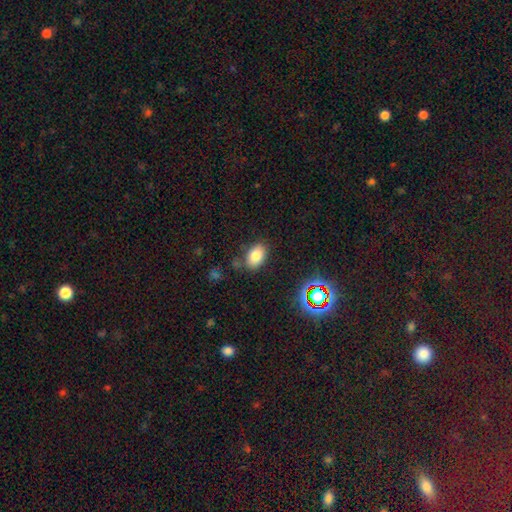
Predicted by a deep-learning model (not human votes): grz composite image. It shows a smooth galaxy with no disk features (78%) that is in between round and cigar-shaped (86%). Merging: none (78%).